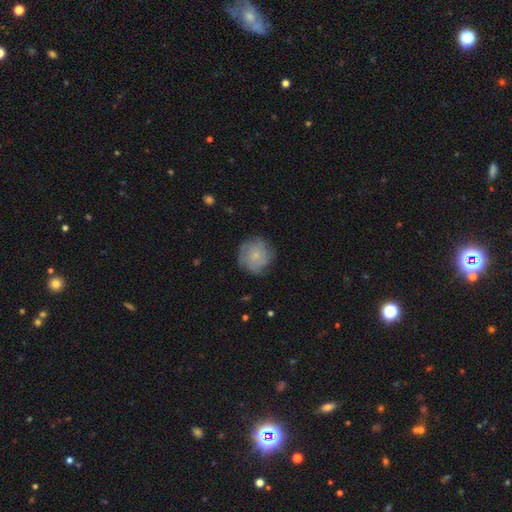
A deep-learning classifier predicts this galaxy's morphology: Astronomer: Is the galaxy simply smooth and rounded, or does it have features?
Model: featured or disk — 48% (runner-up: smooth, 44%).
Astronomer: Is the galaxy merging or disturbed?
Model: none — 75%.